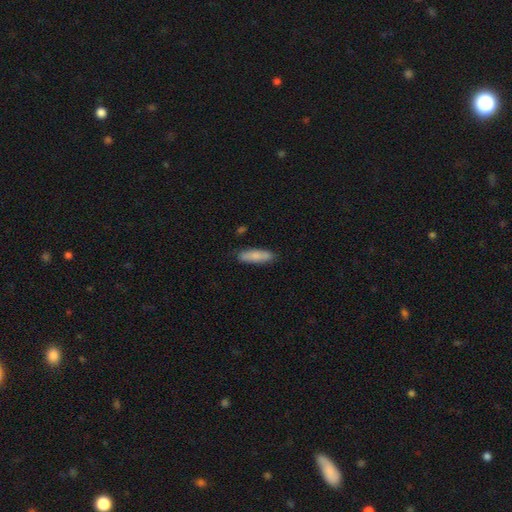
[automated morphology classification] This is clearly a smooth galaxy (81%). How rounded: likely cigar-shaped (66%). Merging: clearly none (85%).